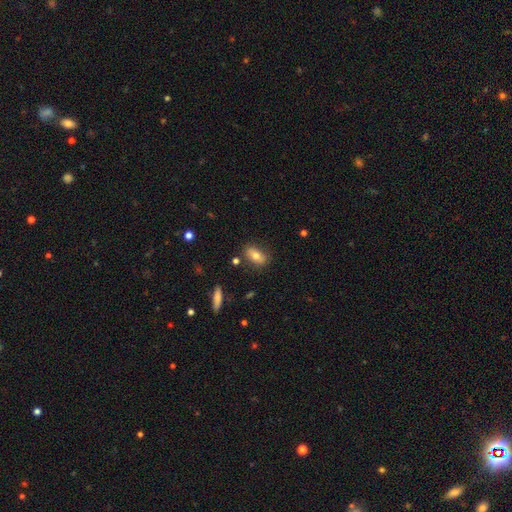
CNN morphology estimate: Q: Smooth or featured?
A: smooth (70%); runner-up: featured or disk (22%)
Q: How rounded?
A: in between (85%); runner-up: round (8%)
Q: Merging?
A: none (79%); runner-up: minor disturbance (14%)